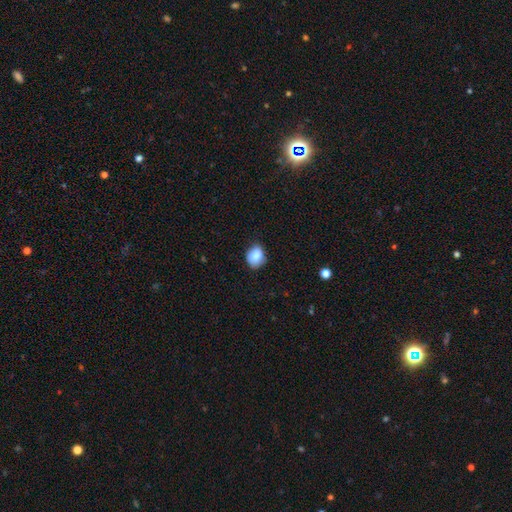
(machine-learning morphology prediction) Smooth or featured? smooth (83%)
How rounded? round (53%)
Merging? none (64%)